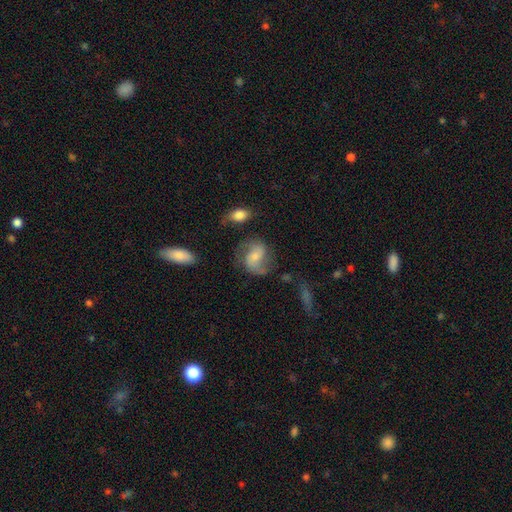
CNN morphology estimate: Smooth or featured? Predicted: featured or disk (p=0.72). Edge-on disk? Predicted: no (p=0.97). Bar? Predicted: no (p=0.45). Spiral arms? Predicted: yes (p=0.93). Spiral winding? Predicted: medium (p=0.46). Spiral arm count? Predicted: 2 (p=0.88). Bulge size? Predicted: small (p=0.51). Merging? Predicted: none (p=0.67).